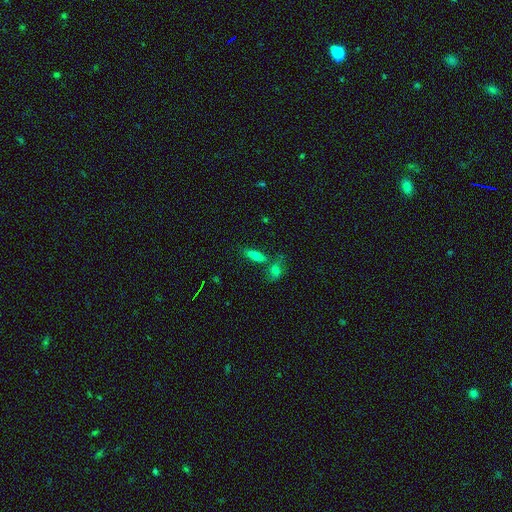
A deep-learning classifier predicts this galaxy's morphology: Smooth or featured?
  - smooth: 72% *
  - featured or disk: 16%
  - star or artifact: 11%
How rounded?
  - in between: 50% *
  - cigar-shaped: 46%
  - round: 4%
Merging?
  - none: 62% *
  - merger: 21%
  - minor disturbance: 12%
  - major disturbance: 5%